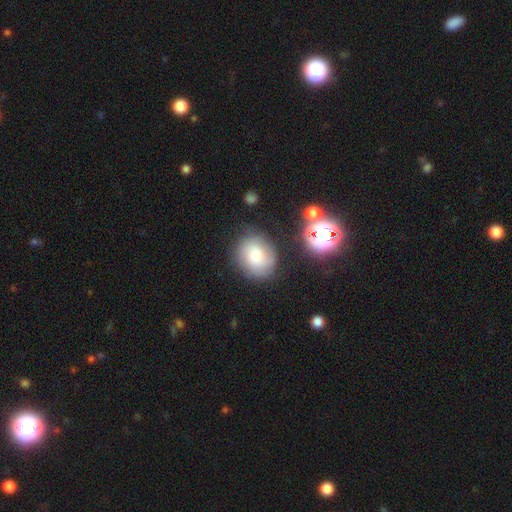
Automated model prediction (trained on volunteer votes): The model was most divided on "how rounded": round: 64%, in between: 35%, cigar-shaped: 1%. More confident: merging — none (77%); smooth or featured — smooth (61%).